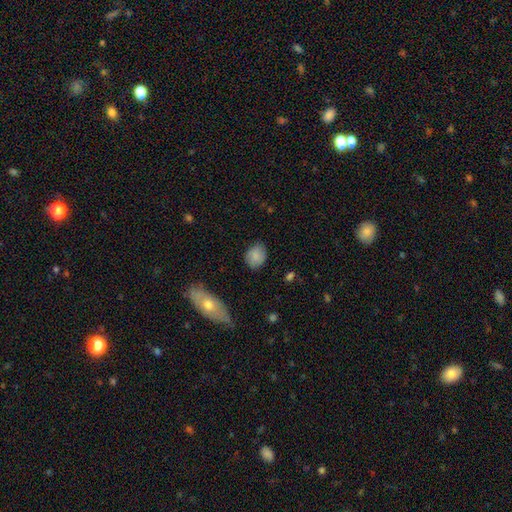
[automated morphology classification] Smooth or featured?
  - smooth: 82% *
  - featured or disk: 11%
  - star or artifact: 8%
How rounded?
  - round: 50% *
  - in between: 49%
  - cigar-shaped: 1%
Merging?
  - none: 79% *
  - minor disturbance: 16%
  - major disturbance: 3%
  - merger: 1%